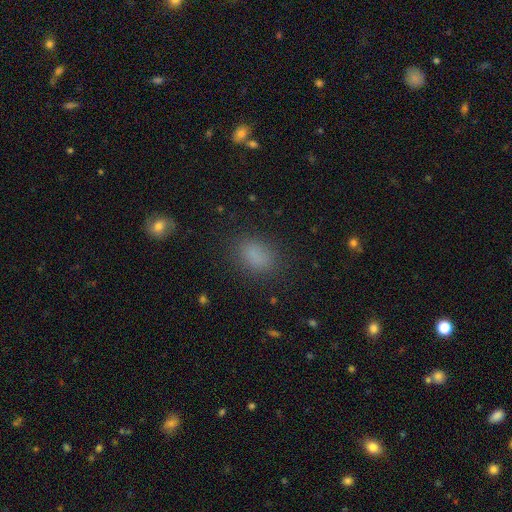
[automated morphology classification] Overall: smooth (83%). How rounded: in between (74%). Merging: none (83%).